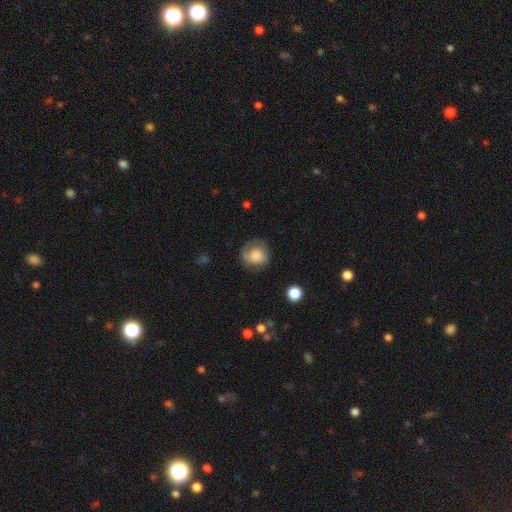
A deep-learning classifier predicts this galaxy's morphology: smooth 65%, featured or disk 27%, star or artifact 8%. Down the decision tree: how rounded — round (81%); merging — none (65%).